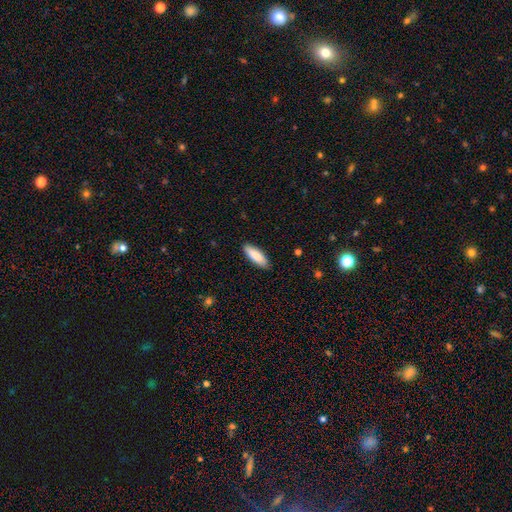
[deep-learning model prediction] smooth-or-featured: smooth: 85% | featured or disk: 10% | star or artifact: 5%
  how-rounded: in between: 55% | cigar-shaped: 43% | round: 1%
  merging: none: 88% | minor disturbance: 9% | major disturbance: 2% | merger: 1%